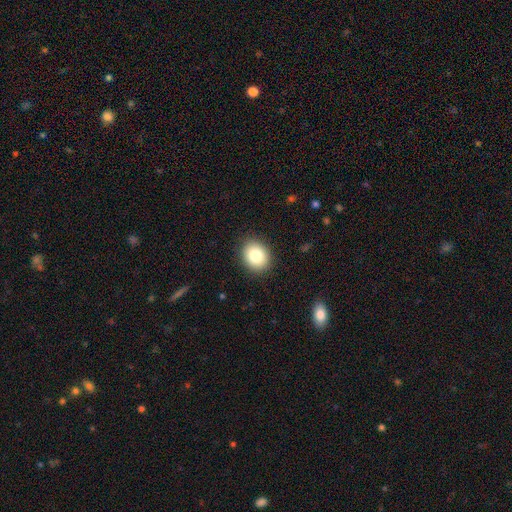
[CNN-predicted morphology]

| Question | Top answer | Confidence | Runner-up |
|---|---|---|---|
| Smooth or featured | smooth | 82% | star or artifact (9%) |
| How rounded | round | 60% | in between (39%) |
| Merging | none | 90% | minor disturbance (7%) |